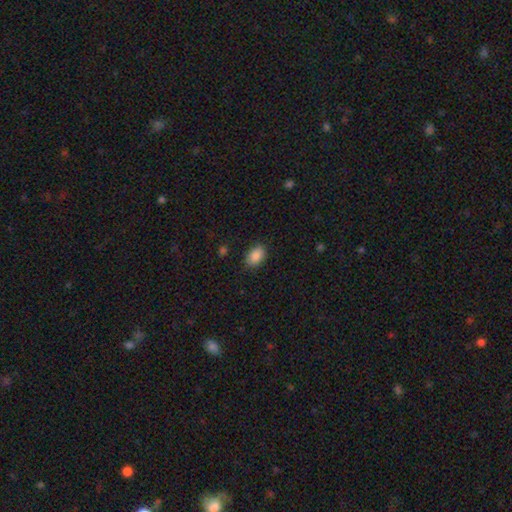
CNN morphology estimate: The model was most divided on "how rounded": in between: 83%, round: 15%, cigar-shaped: 1%. More confident: smooth or featured — smooth (88%); merging — none (83%).